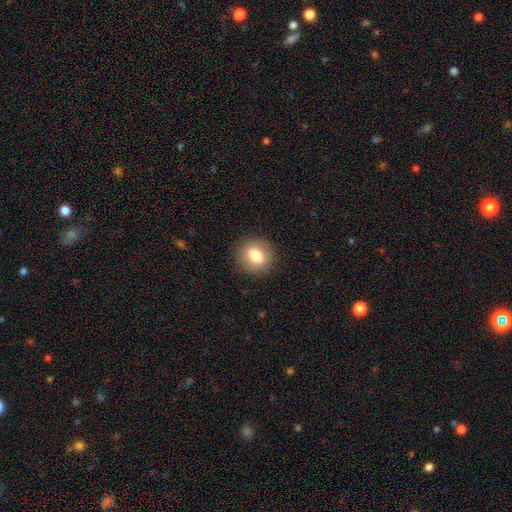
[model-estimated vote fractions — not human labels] Smooth or featured: smooth — 80% (featured or disk — 11%)
How rounded: round — 78% (in between — 21%)
Merging: none — 89% (minor disturbance — 7%)